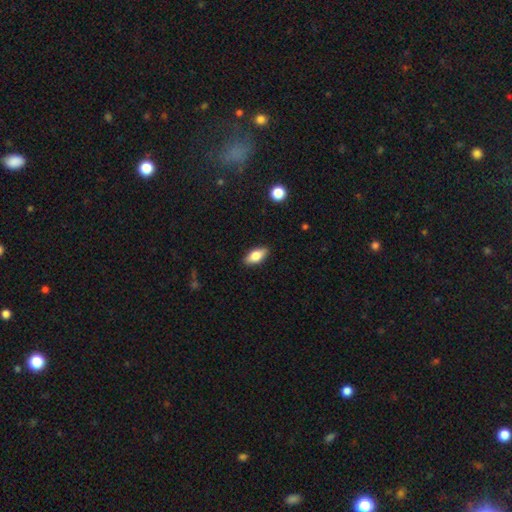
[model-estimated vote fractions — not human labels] Smooth or featured?
  - smooth: 75% *
  - featured or disk: 18%
  - star or artifact: 7%
How rounded?
  - in between: 84% *
  - cigar-shaped: 12%
  - round: 3%
Merging?
  - none: 88% *
  - minor disturbance: 9%
  - major disturbance: 2%
  - merger: 1%